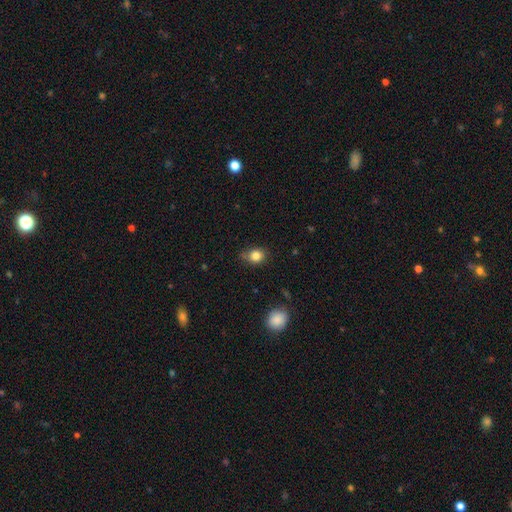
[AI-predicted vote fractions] Smooth or featured?
  - smooth: 83% *
  - star or artifact: 11%
  - featured or disk: 6%
How rounded?
  - round: 63% *
  - in between: 36%
  - cigar-shaped: 1%
Merging?
  - none: 67% *
  - minor disturbance: 25%
  - major disturbance: 5%
  - merger: 3%